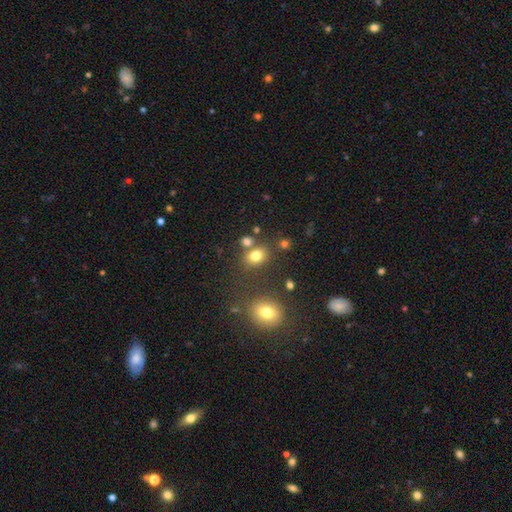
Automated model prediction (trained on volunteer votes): smooth-or-featured: smooth: 77% | star or artifact: 15% | featured or disk: 8%
  how-rounded: in between: 55% | round: 44% | cigar-shaped: 1%
  merging: none: 68% | merger: 14% | minor disturbance: 13% | major disturbance: 5%